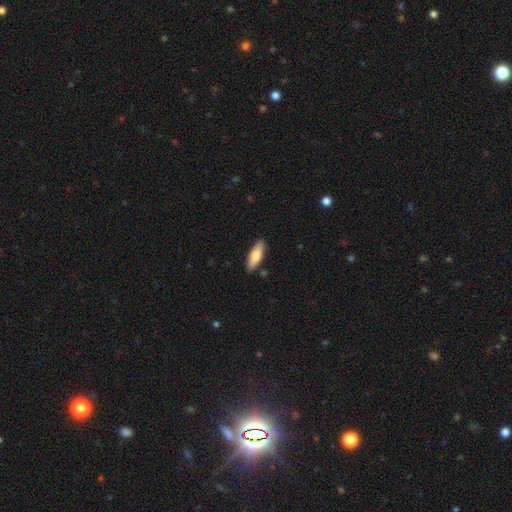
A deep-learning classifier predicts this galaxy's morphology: type=smooth (76%); roundness=in between (62%); merging=none (87%).